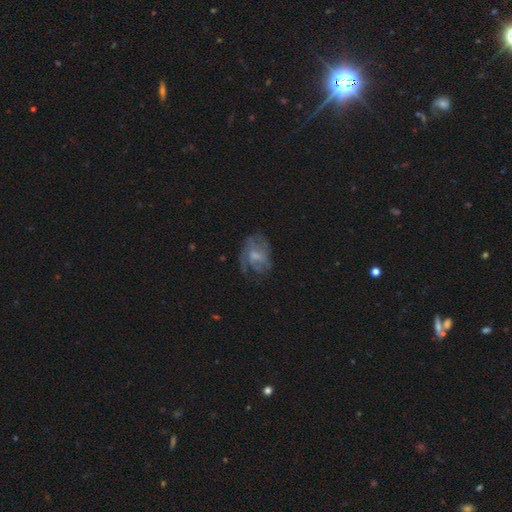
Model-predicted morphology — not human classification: featured or disk 59%, smooth 31%, star or artifact 10%. Down the decision tree: edge-on disk — no (97%); bar — no (51%); spiral arms — yes (64%); bulge size — small (34%, tied with moderate); merging — none (45%).